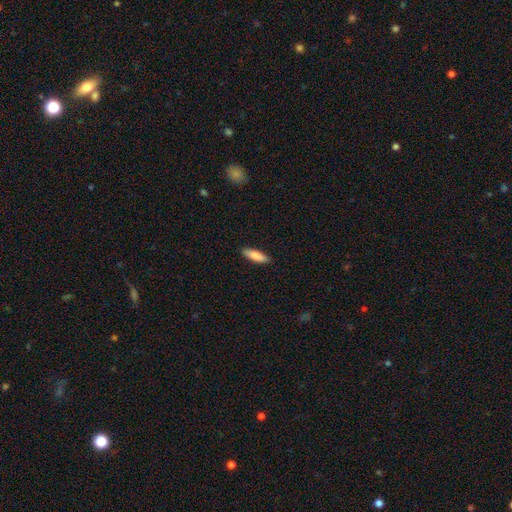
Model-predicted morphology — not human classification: Smooth or featured: smooth — 84% (featured or disk — 10%)
How rounded: cigar-shaped — 56% (in between — 43%)
Merging: none — 89% (minor disturbance — 8%)